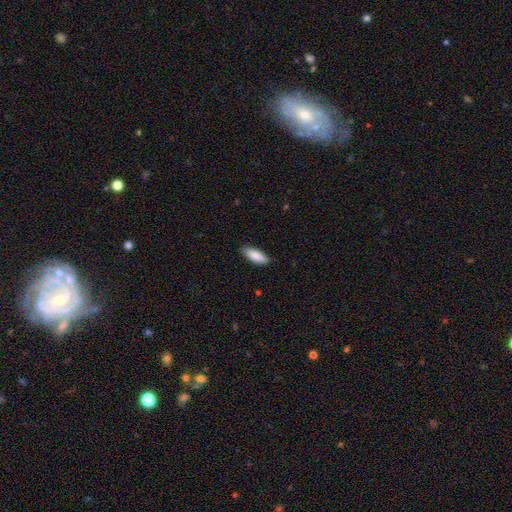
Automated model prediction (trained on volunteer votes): This is clearly a smooth galaxy (88%). How rounded: likely in between (70%). Merging: clearly none (86%).